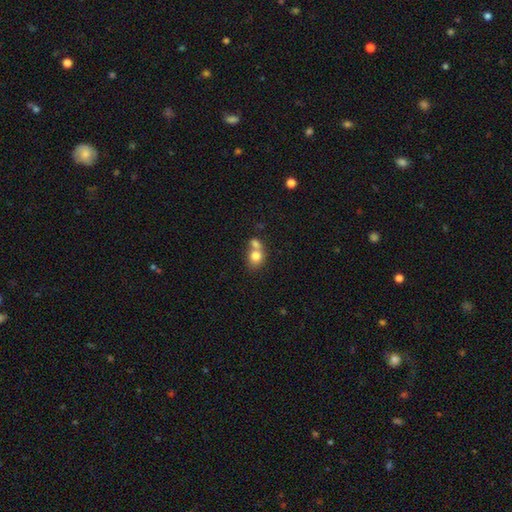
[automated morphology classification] The model was most divided on "how rounded": round: 58%, in between: 41%, cigar-shaped: 1%. More confident: smooth or featured — smooth (77%); merging — merger (58%).